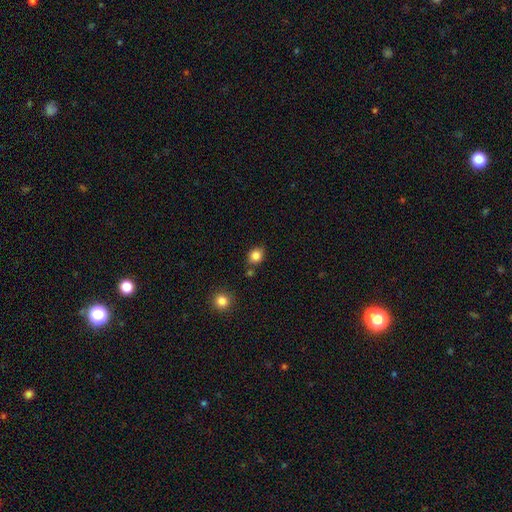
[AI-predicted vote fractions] Overall: smooth (84%). How rounded: round (64%; in between 35%). Merging: none (75%).